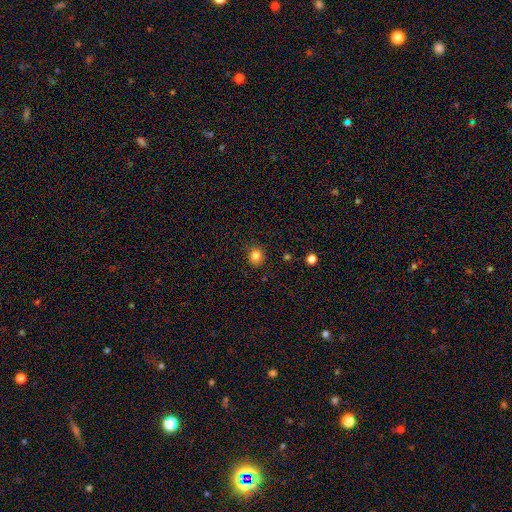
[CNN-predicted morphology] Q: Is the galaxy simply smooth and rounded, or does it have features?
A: smooth — 84%.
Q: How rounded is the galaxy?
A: round — 84%.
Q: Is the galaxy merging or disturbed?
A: none — 88%.